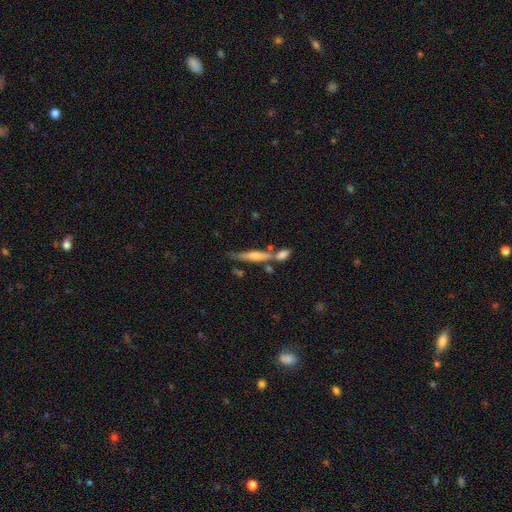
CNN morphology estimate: Smooth or featured?
  - featured or disk: 64% *
  - smooth: 27%
  - star or artifact: 9%
Edge-on disk?
  - yes: 95% *
  - no: 5%
Edge-on bulge?
  - rounded: 72% *
  - none: 15%
  - boxy: 13%
Merging?
  - none: 66% *
  - merger: 19%
  - minor disturbance: 11%
  - major disturbance: 4%